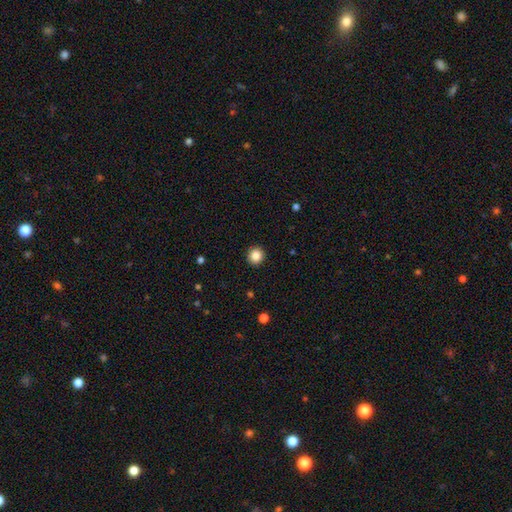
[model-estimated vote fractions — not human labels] This is clearly a smooth galaxy (85%). How rounded: clearly round (94%). Merging: clearly none (93%).